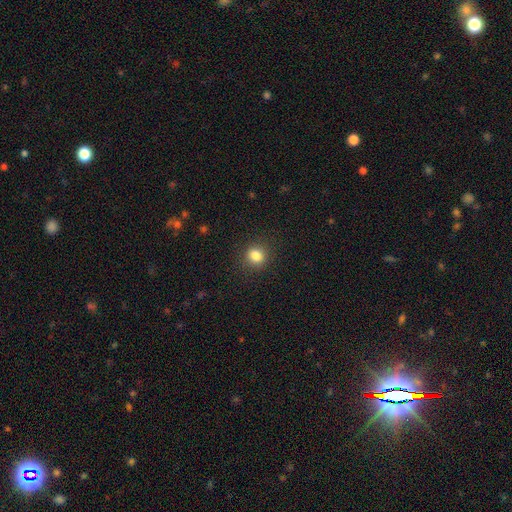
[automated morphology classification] A smooth galaxy with no disk features (84%) that is round (77%).

Vote fractions:
- Smooth or featured? smooth: 84% / star or artifact: 12% / featured or disk: 5%
- How rounded? round: 77% / in between: 22% / cigar-shaped: 1%
- Merging? none: 89% / minor disturbance: 7% / major disturbance: 2% / merger: 1%